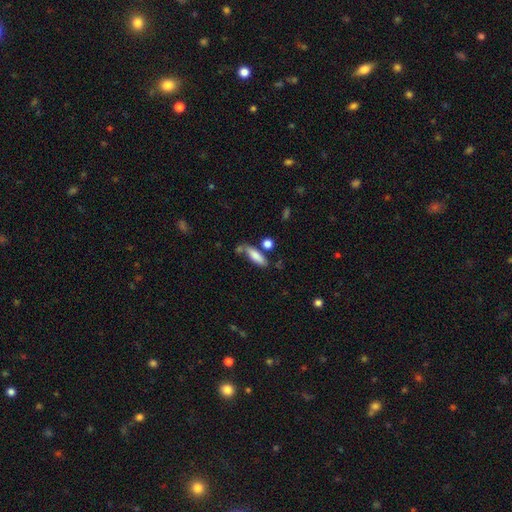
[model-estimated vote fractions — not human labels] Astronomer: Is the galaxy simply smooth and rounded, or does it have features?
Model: smooth — 79%.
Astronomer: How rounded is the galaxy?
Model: in between — 53% (runner-up: cigar-shaped, 44%).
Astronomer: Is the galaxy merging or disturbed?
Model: none — 58%.